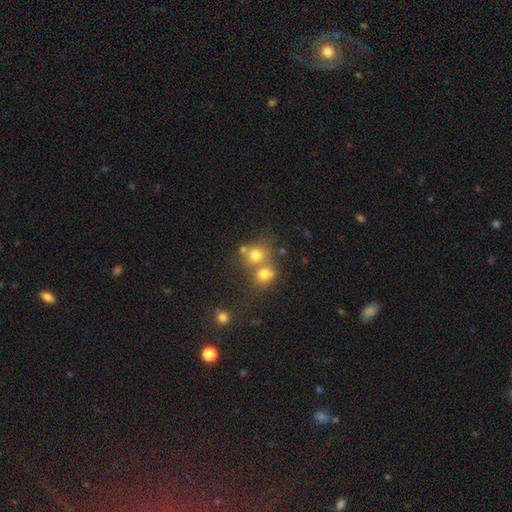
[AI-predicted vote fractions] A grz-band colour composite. It shows a smooth galaxy with no disk features (70%) that is round (80%). Merging: merger (47%).